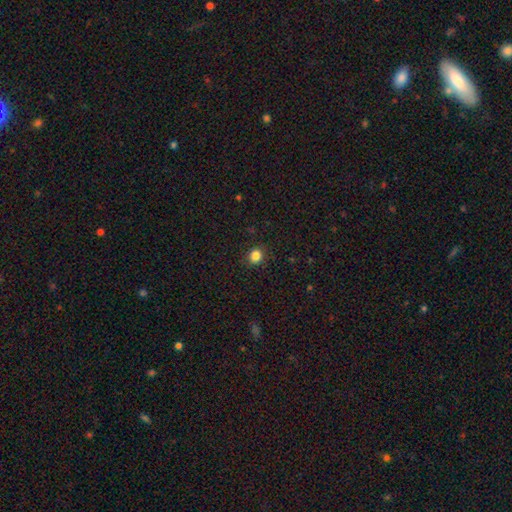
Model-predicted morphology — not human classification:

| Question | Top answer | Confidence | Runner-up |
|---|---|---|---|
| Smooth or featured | smooth | 84% | star or artifact (12%) |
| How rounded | round | 79% | in between (20%) |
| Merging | none | 90% | minor disturbance (7%) |